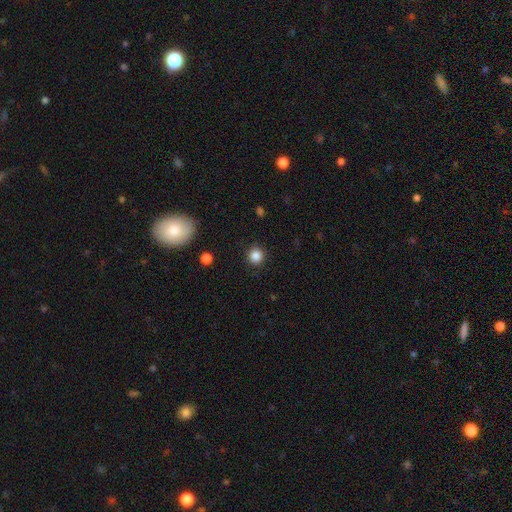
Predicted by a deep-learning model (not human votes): Smooth or featured? Predicted: smooth (p=0.84). How rounded? Predicted: round (p=0.94). Merging? Predicted: none (p=0.91).